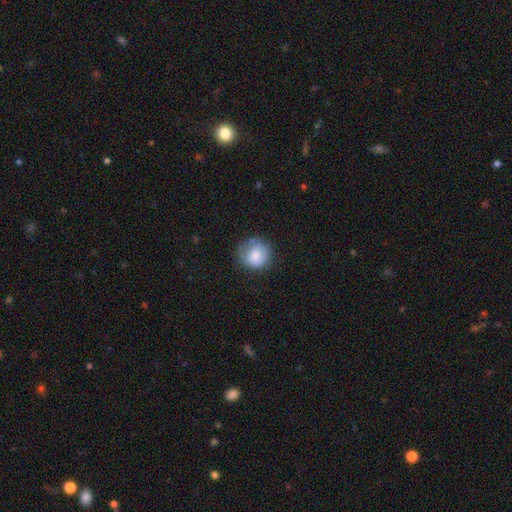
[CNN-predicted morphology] A smooth galaxy with no disk features (77%) that is round (84%). Merging: none (62%).